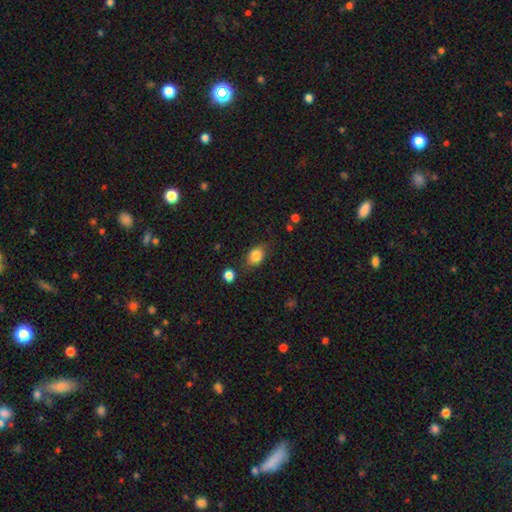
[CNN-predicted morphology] Q: Smooth or featured?
A: smooth (83%); runner-up: star or artifact (9%)
Q: How rounded?
A: in between (64%); runner-up: round (35%)
Q: Merging?
A: none (70%); runner-up: minor disturbance (19%)